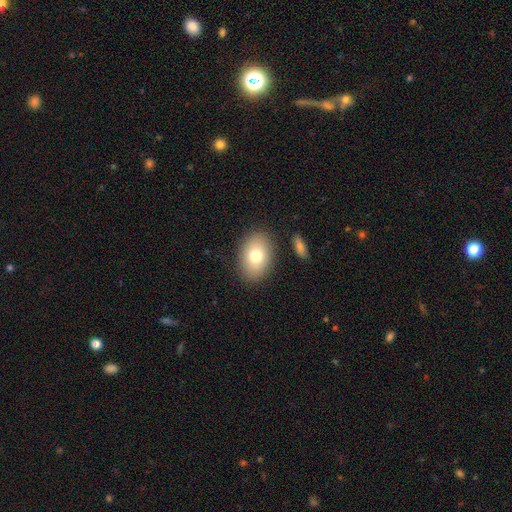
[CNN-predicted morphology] smooth_or_featured: smooth (p=0.76) [alt: featured or disk p=0.16]
how_rounded: in between (p=0.82) [alt: round p=0.17]
merging: none (p=0.86) [alt: minor disturbance p=0.09]